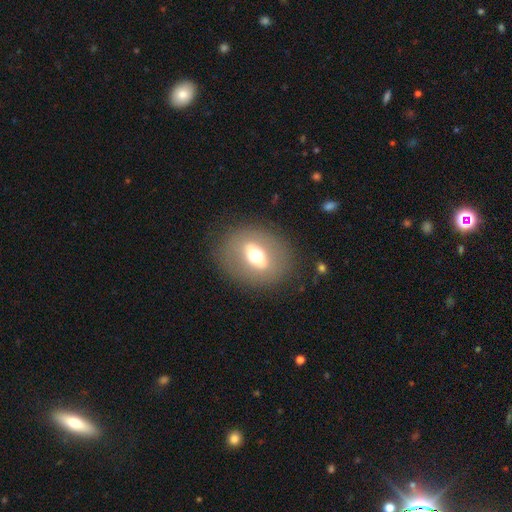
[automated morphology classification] A smooth galaxy with no disk features (47%).

Vote fractions:
- Smooth or featured? smooth: 47% / featured or disk: 42% / star or artifact: 11%
- Merging? none: 81% / minor disturbance: 11% / major disturbance: 7% / merger: 1%